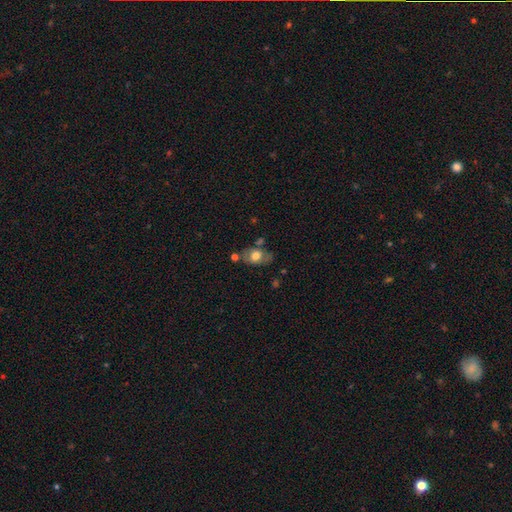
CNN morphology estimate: A smooth galaxy with no disk features (65%) that is in between round and cigar-shaped (81%).

Vote fractions:
- Smooth or featured? smooth: 65% / featured or disk: 27% / star or artifact: 8%
- How rounded? in between: 81% / round: 17% / cigar-shaped: 2%
- Merging? none: 61% / minor disturbance: 21% / merger: 12% / major disturbance: 7%